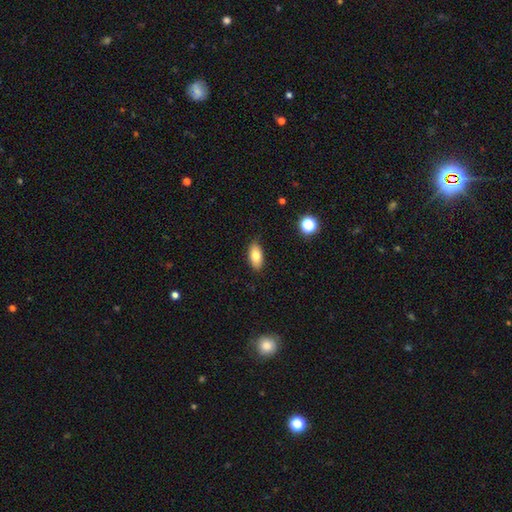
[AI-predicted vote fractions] smooth_or_featured: smooth (p=0.78) [alt: featured or disk p=0.14]
how_rounded: in between (p=0.90) [alt: cigar-shaped p=0.07]
merging: none (p=0.87) [alt: minor disturbance p=0.10]